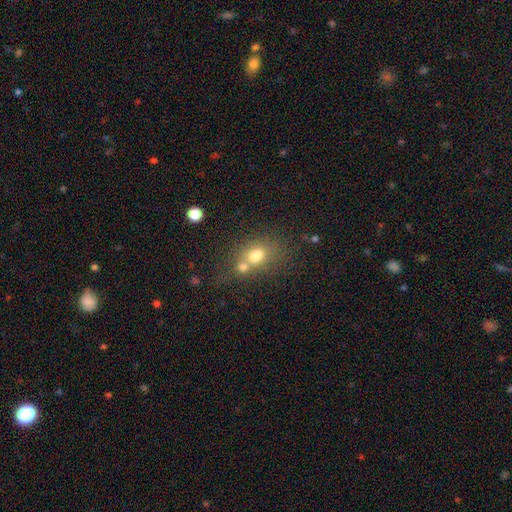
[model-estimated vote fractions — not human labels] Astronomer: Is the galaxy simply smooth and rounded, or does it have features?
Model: smooth — 73%.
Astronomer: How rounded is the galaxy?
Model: in between — 56% (runner-up: round, 42%).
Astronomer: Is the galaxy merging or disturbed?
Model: merger — 51% (runner-up: none, 34%).